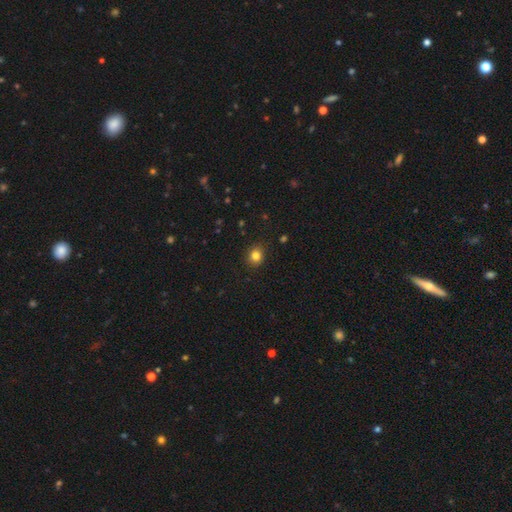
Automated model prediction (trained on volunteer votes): Smooth or featured? Predicted: smooth (p=0.81). How rounded? Predicted: round (p=0.79). Merging? Predicted: none (p=0.89).